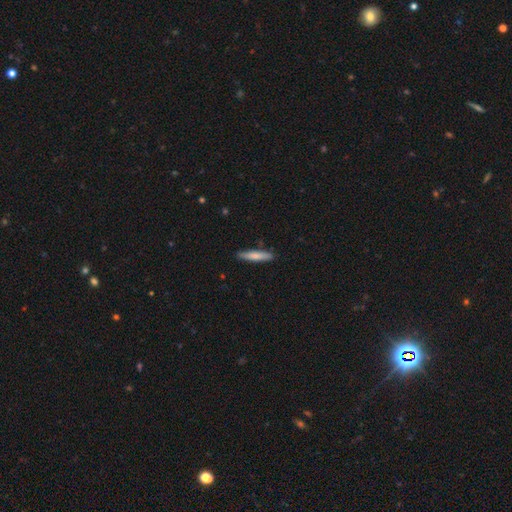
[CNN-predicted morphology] smooth-or-featured: smooth: 73% | featured or disk: 22% | star or artifact: 5%
  how-rounded: cigar-shaped: 90% | in between: 9% | round: 1%
  merging: none: 88% | minor disturbance: 9% | major disturbance: 2% | merger: 1%